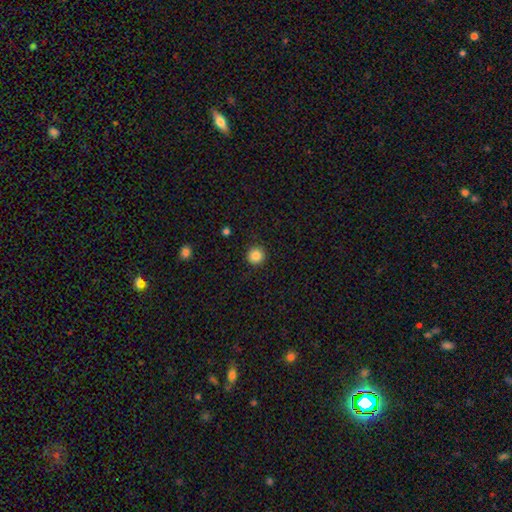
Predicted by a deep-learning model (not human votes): Smooth or featured? Predicted: smooth (p=0.86). How rounded? Predicted: round (p=0.95). Merging? Predicted: none (p=0.92).